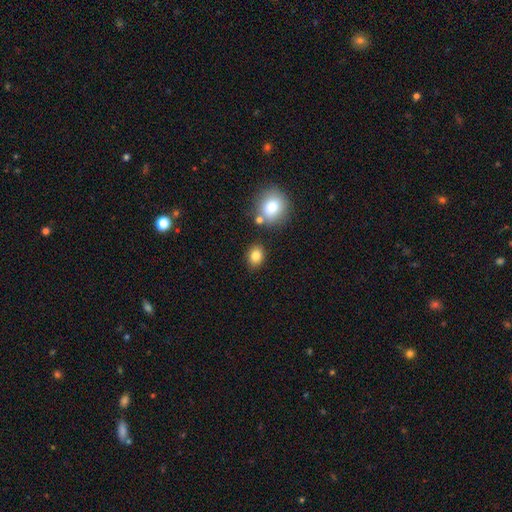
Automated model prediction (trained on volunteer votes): Smooth or featured: smooth — 83% (star or artifact — 10%)
How rounded: in between — 55% (round — 44%)
Merging: none — 81% (minor disturbance — 10%)